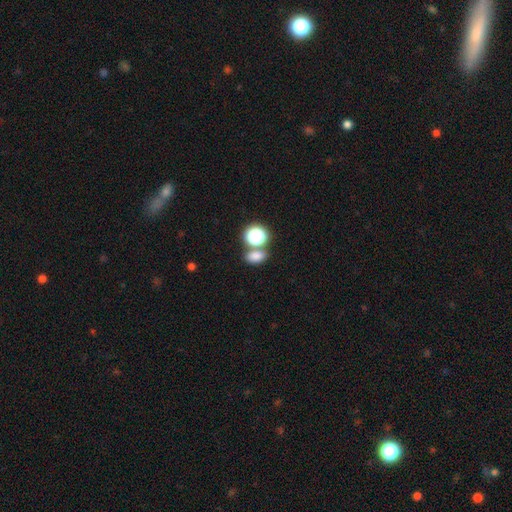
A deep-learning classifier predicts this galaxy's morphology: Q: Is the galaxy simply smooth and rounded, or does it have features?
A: smooth — 76%.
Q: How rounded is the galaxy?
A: in between — 66%.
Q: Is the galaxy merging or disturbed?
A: none — 61%.